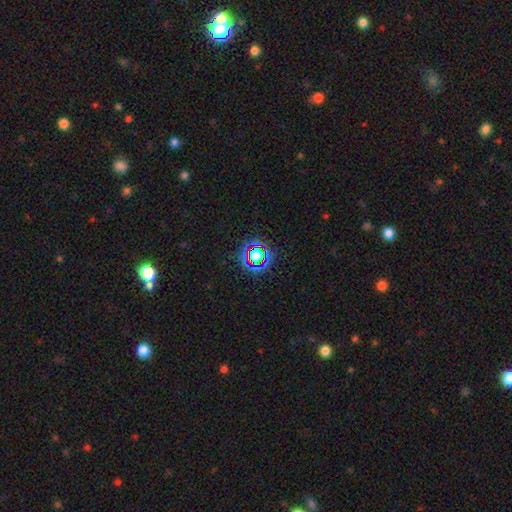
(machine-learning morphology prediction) Smooth or featured? star or artifact (66%)